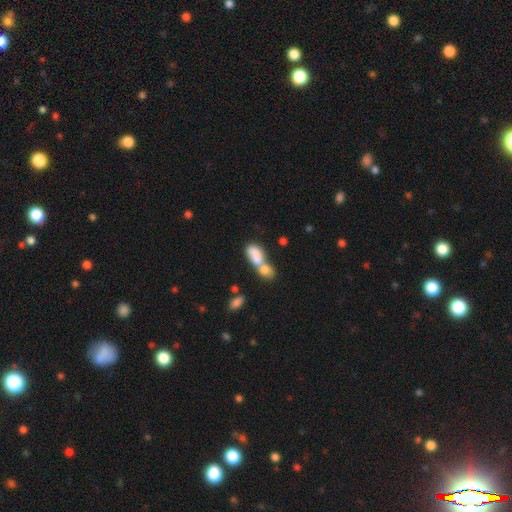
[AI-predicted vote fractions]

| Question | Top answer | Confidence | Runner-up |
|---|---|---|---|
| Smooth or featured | smooth | 78% | featured or disk (14%) |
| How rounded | in between | 82% | round (9%) |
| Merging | merger | 71% | none (16%) |